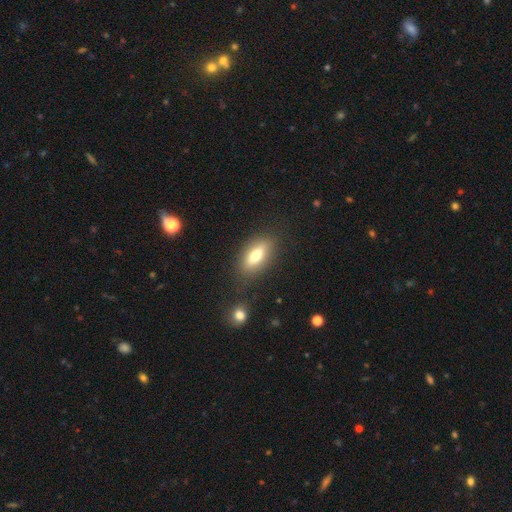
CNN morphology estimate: A smooth galaxy with no disk features (68%) that is in between round and cigar-shaped (76%).

Vote fractions:
- Smooth or featured? smooth: 68% / featured or disk: 24% / star or artifact: 8%
- How rounded? in between: 76% / cigar-shaped: 20% / round: 4%
- Merging? none: 82% / minor disturbance: 11% / major disturbance: 4% / merger: 3%